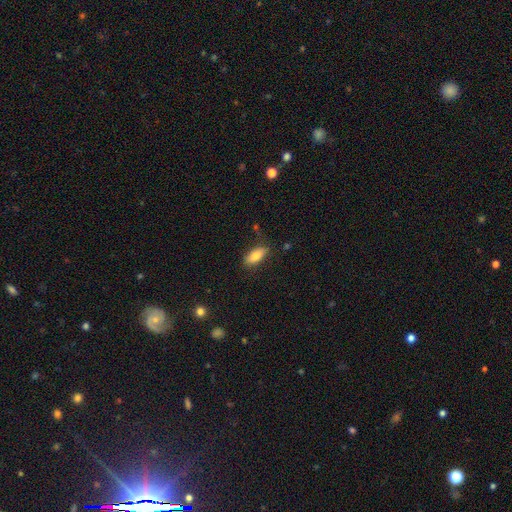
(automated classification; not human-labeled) Smooth or featured? smooth (80%)
How rounded? in between (83%)
Merging? none (81%)